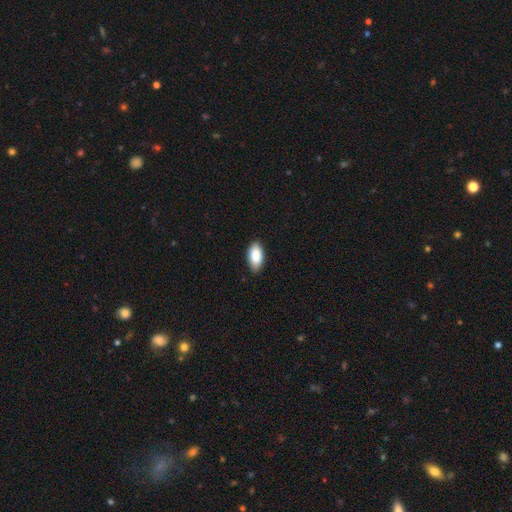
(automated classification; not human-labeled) smooth 88%, star or artifact 6%, featured or disk 6%. Down the decision tree: how rounded — in between (93%); merging — none (86%).